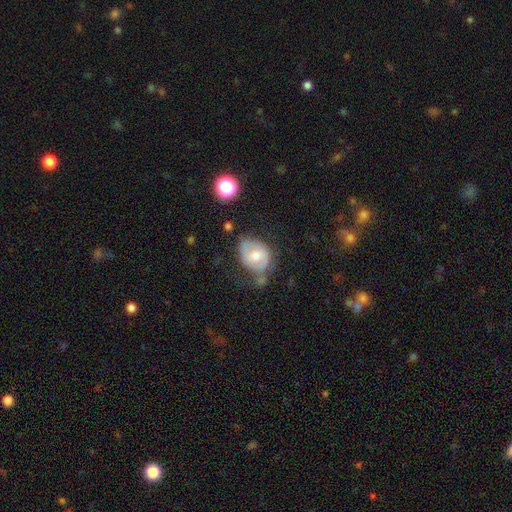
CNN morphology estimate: type=smooth (48%); merging=none (39%).